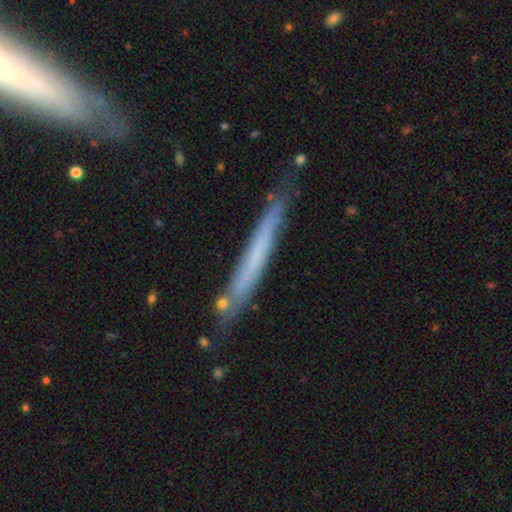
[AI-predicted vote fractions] featured or disk 47%, smooth 46%, star or artifact 7%. Down the decision tree: merging — none (77%).